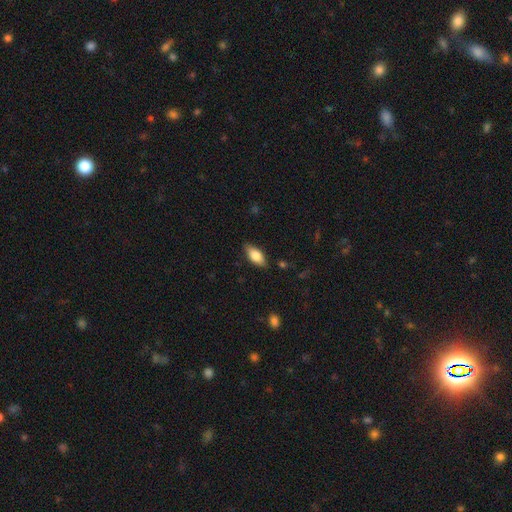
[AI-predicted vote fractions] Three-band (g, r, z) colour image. It shows a smooth galaxy with no disk features (73%) that is in between round and cigar-shaped (84%). Merging: none (84%).